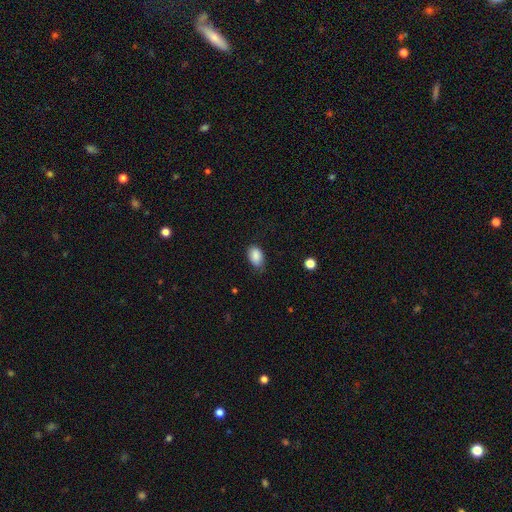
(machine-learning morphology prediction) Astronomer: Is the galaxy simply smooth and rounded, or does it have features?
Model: smooth — 87%.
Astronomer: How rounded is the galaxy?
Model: in between — 88%.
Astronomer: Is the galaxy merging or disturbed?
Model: none — 70%.